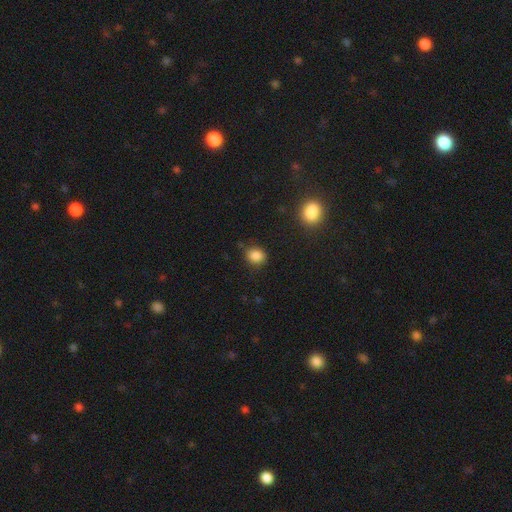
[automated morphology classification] This is clearly a smooth galaxy (85%). How rounded: likely round (62%). Merging: clearly none (80%).